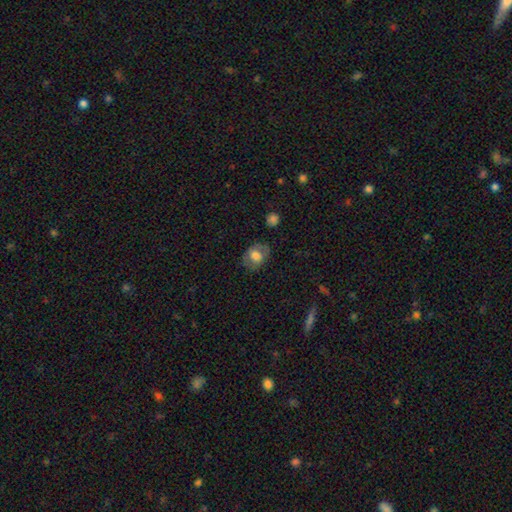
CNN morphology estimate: This appears to be a smooth galaxy with no disk features (64%) that is in between round and cigar-shaped (56%). Merging: none (74%).